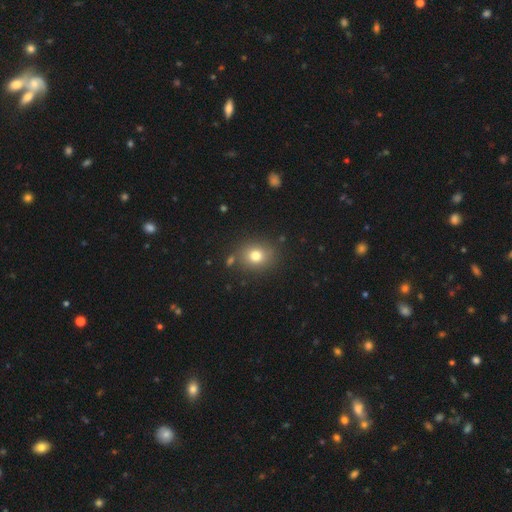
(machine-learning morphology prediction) smooth 77%, star or artifact 13%, featured or disk 10%. Down the decision tree: how rounded — round (71%); merging — none (82%).